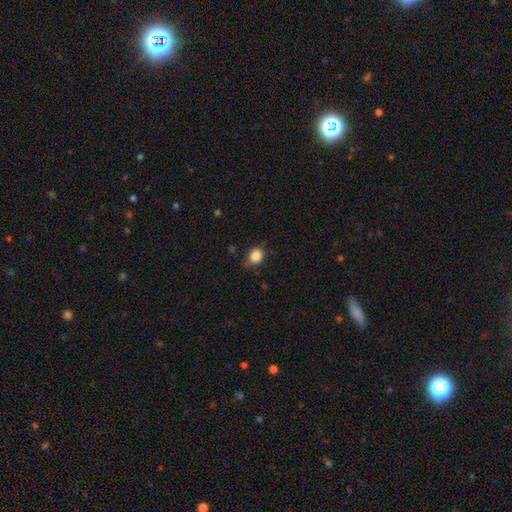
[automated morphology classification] smooth_or_featured: smooth (p=0.86) [alt: star or artifact p=0.10]
how_rounded: round (p=0.67) [alt: in between p=0.33]
merging: none (p=0.74) [alt: minor disturbance p=0.20]